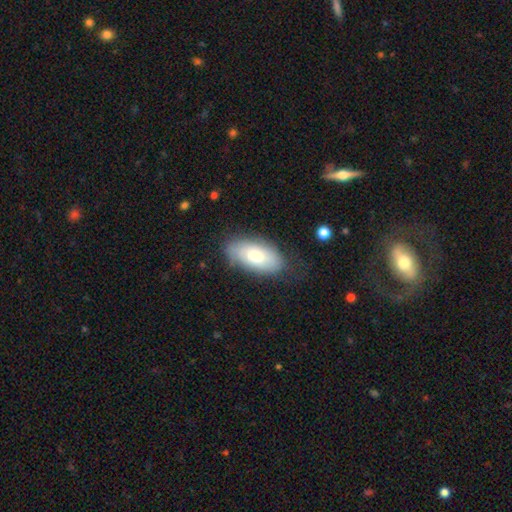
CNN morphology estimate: The model was most divided on "smooth or featured": smooth: 69%, featured or disk: 25%, star or artifact: 7%. More confident: how rounded — in between (93%); merging — none (74%).